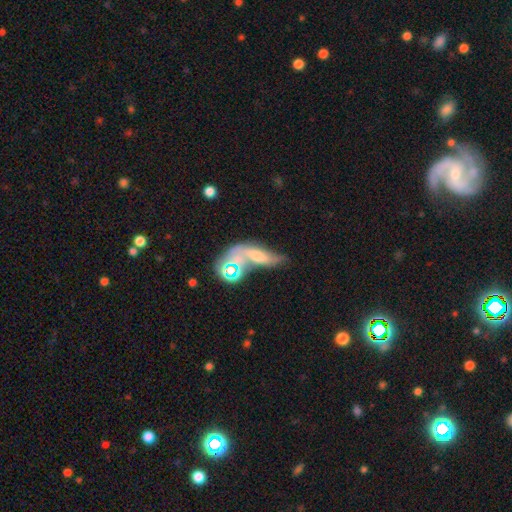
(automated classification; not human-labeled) smooth_or_featured: featured or disk (p=0.48) [alt: smooth p=0.37]
merging: merger (p=0.49) [alt: none p=0.20]